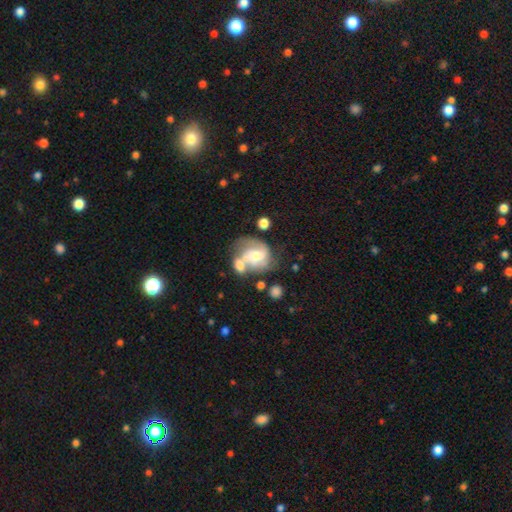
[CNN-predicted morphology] smooth_or_featured: featured or disk (p=0.64) [alt: smooth p=0.29]
disk_edge_on: no (p=0.97) [alt: yes p=0.03]
bar: no (p=0.53) [alt: weak p=0.36]
has_spiral_arms: yes (p=0.78) [alt: no p=0.22]
bulge_size: moderate (p=0.58) [alt: small p=0.30]
merging: merger (p=0.37) [alt: none p=0.34]